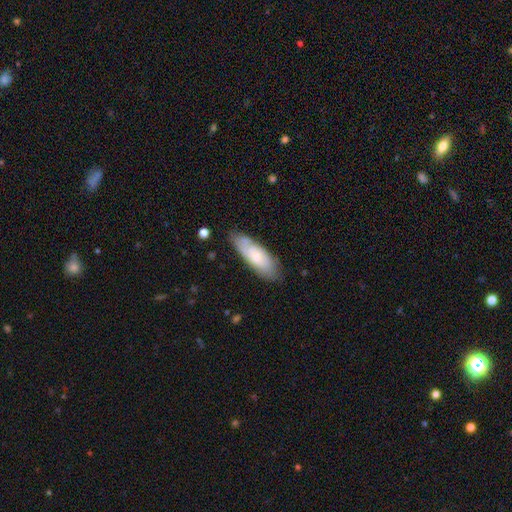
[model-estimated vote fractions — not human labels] The model was most divided on "smooth or featured": smooth: 57%, featured or disk: 37%, star or artifact: 6%. More confident: merging — none (72%); how rounded — in between (65%).